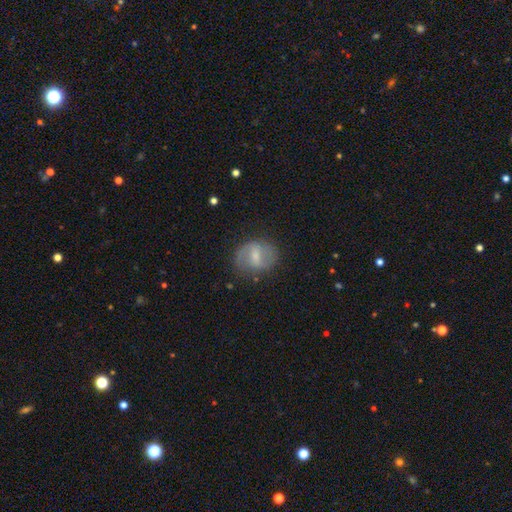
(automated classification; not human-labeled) featured or disk 58%, smooth 35%, star or artifact 7%. Down the decision tree: edge-on disk — no (97%); bar — weak (53%); spiral arms — yes (76%); bulge size — moderate (41%); merging — none (72%).